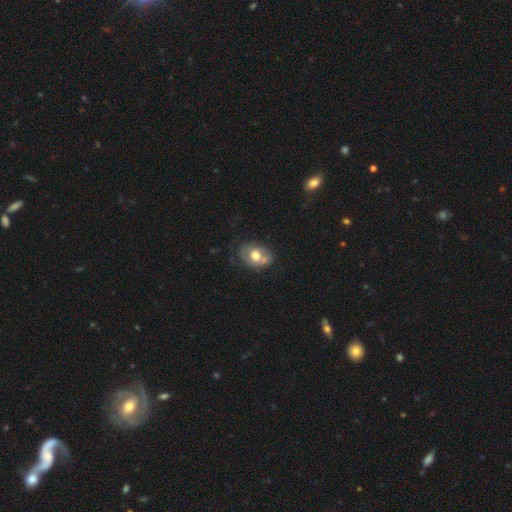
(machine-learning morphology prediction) This appears to be a smooth galaxy with no disk features (55%) that is in between round and cigar-shaped (69%). Merging: none (46%).